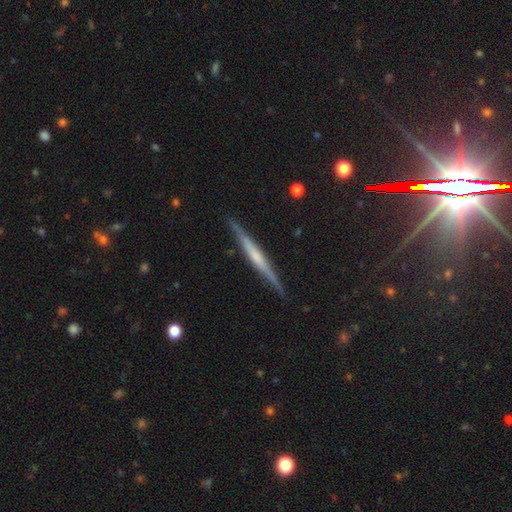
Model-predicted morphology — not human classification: smooth-or-featured: featured or disk: 67% | smooth: 26% | star or artifact: 7%
  disk-edge-on: yes: 97% | no: 3%
    edge-on-bulge: none: 44% | rounded: 38% | boxy: 18%
  merging: none: 89% | minor disturbance: 8% | major disturbance: 2% | merger: 1%